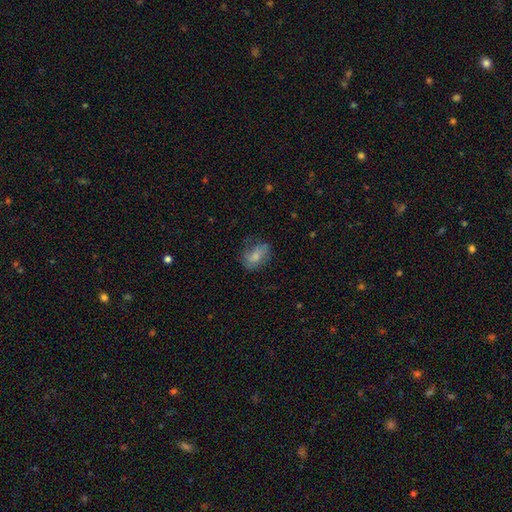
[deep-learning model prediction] The model was most divided on "merging": none: 54%, minor disturbance: 27%, major disturbance: 18%, merger: 2%. More confident: how rounded — in between (72%); smooth or featured — smooth (62%).